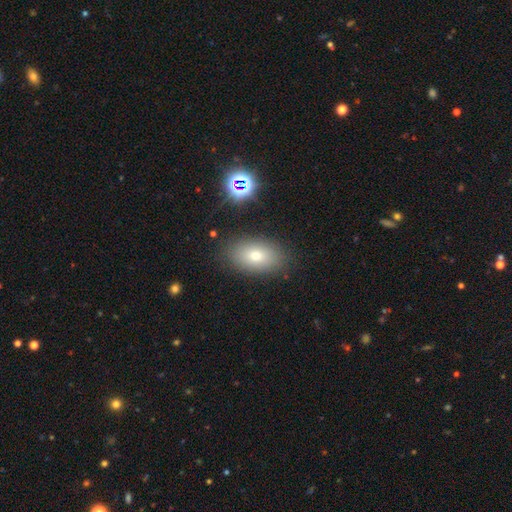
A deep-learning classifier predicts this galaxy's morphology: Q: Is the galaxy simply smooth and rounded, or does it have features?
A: smooth — 73%.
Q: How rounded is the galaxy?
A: in between — 88%.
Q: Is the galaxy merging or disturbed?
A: none — 85%.